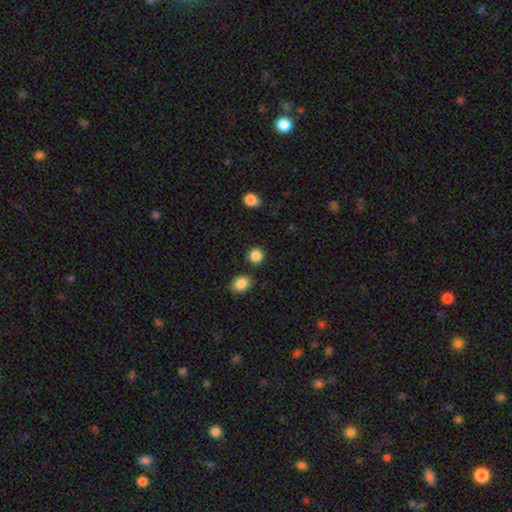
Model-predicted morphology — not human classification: smooth_or_featured: smooth (p=0.87) [alt: star or artifact p=0.10]
how_rounded: round (p=0.89) [alt: in between p=0.10]
merging: none (p=0.85) [alt: minor disturbance p=0.07]